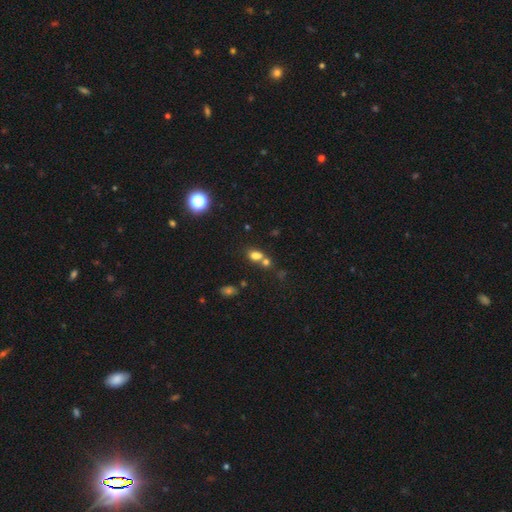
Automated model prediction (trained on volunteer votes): smooth_or_featured: smooth (p=0.72) [alt: star or artifact p=0.17]
how_rounded: in between (p=0.58) [alt: round p=0.39]
merging: merger (p=0.44) [alt: none p=0.42]